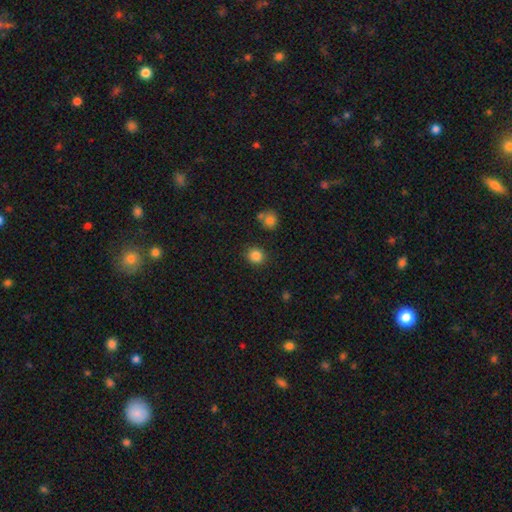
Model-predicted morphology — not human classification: smooth_or_featured: smooth (p=0.85) [alt: star or artifact p=0.11]
how_rounded: round (p=0.80) [alt: in between p=0.19]
merging: none (p=0.87) [alt: minor disturbance p=0.08]